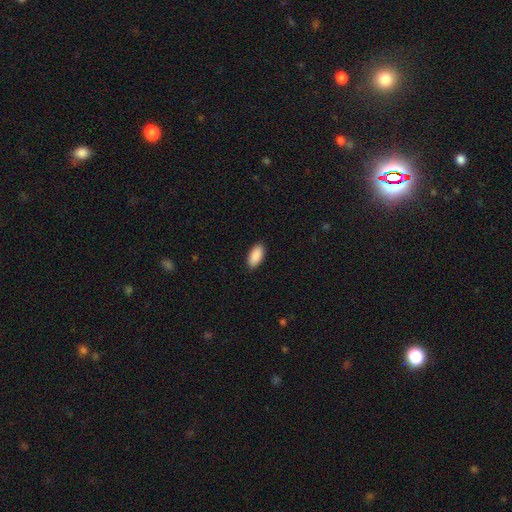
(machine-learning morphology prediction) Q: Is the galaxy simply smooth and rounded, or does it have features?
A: smooth — 91%.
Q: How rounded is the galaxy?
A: in between — 93%.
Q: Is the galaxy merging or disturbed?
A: none — 90%.